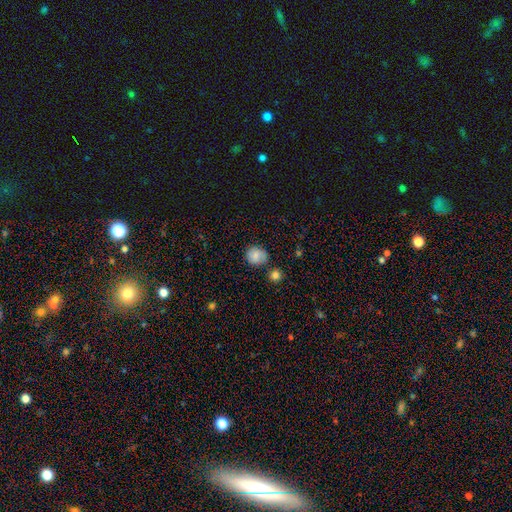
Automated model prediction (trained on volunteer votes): A smooth galaxy with no disk features (78%) that is round (73%). Merging: none (71%).